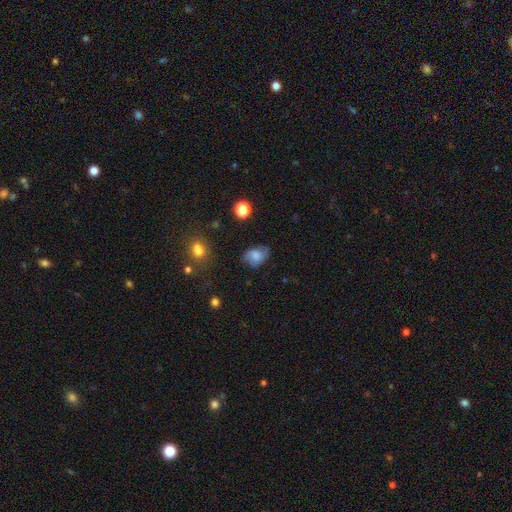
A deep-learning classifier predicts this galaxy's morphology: The model was most divided on "merging": none: 62%, minor disturbance: 27%, major disturbance: 9%, merger: 2%. More confident: how rounded — in between (68%); smooth or featured — smooth (64%).